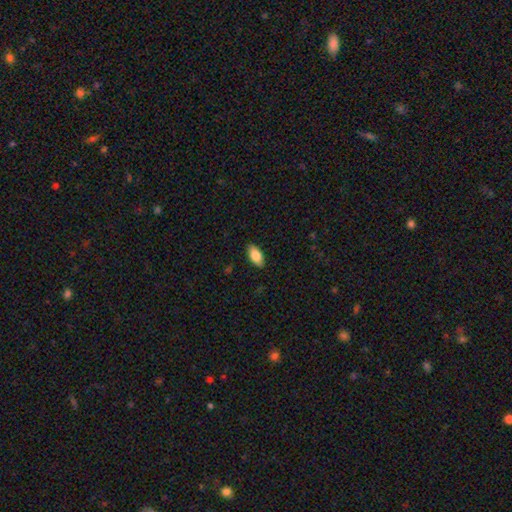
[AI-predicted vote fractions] This appears to be a smooth galaxy with no disk features (83%) that is in between round and cigar-shaped (90%). Merging: none (88%).